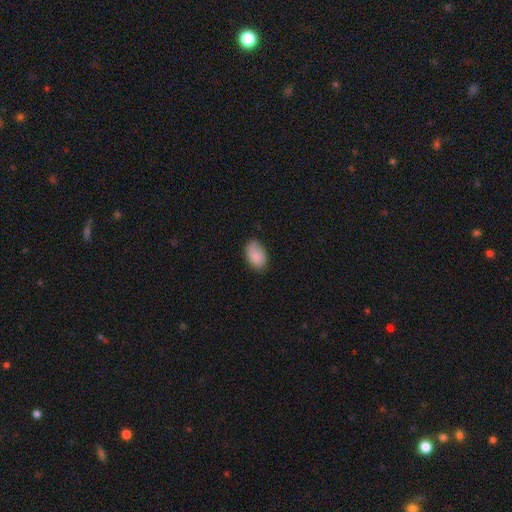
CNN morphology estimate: type=smooth (88%); roundness=in between (92%); merging=none (76%).